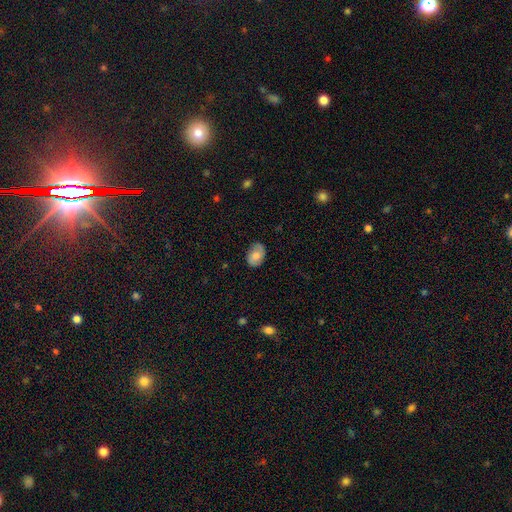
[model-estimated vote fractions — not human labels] Smooth or featured: smooth — 74% (featured or disk — 19%)
How rounded: in between — 81% (round — 18%)
Merging: none — 77% (minor disturbance — 18%)